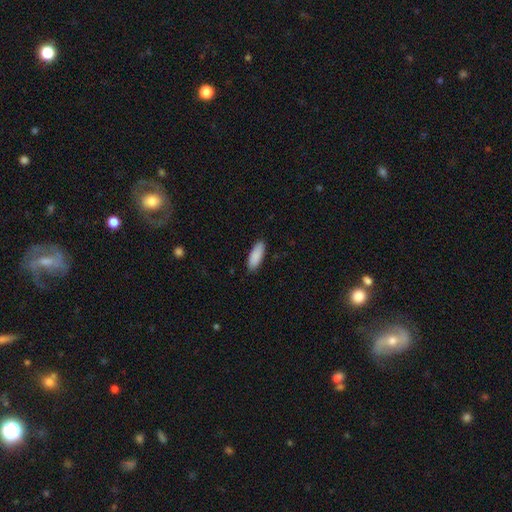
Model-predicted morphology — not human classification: Smooth or featured? smooth (90%)
How rounded? in between (73%)
Merging? none (88%)